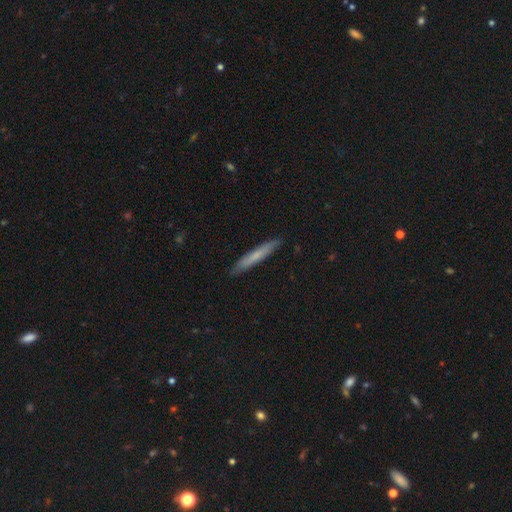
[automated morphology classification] Q: Smooth or featured?
A: smooth (64%); runner-up: featured or disk (30%)
Q: How rounded?
A: cigar-shaped (95%); runner-up: in between (4%)
Q: Merging?
A: none (90%); runner-up: minor disturbance (8%)